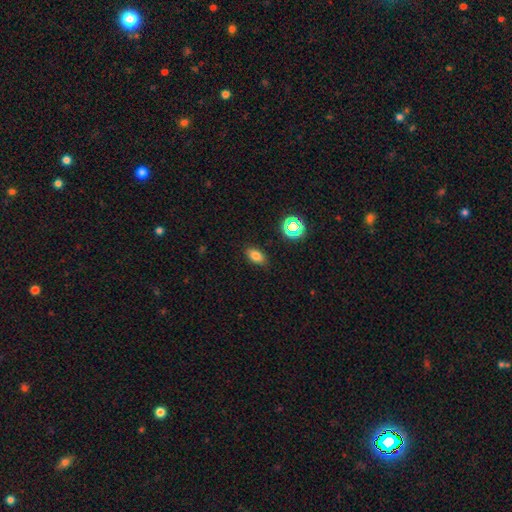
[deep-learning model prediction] Smooth or featured?
  - smooth: 77% *
  - star or artifact: 14%
  - featured or disk: 8%
How rounded?
  - in between: 87% *
  - round: 10%
  - cigar-shaped: 3%
Merging?
  - none: 85% *
  - minor disturbance: 11%
  - major disturbance: 3%
  - merger: 1%